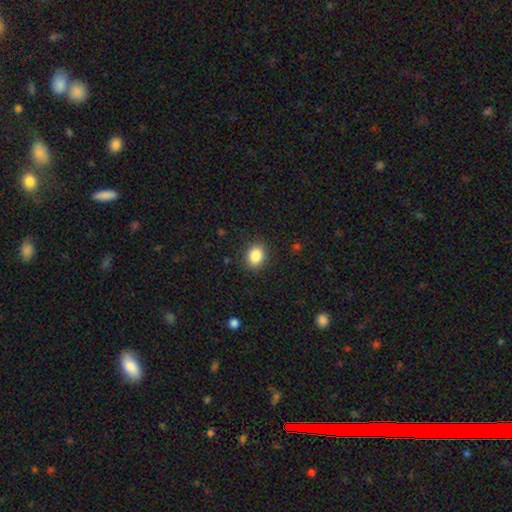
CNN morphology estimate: type=smooth (86%); roundness=round (51%); merging=none (88%).